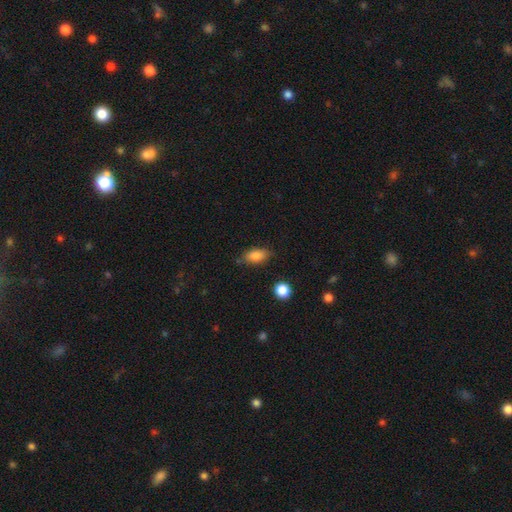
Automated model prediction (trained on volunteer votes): Smooth or featured?
  - smooth: 83% *
  - featured or disk: 9%
  - star or artifact: 8%
How rounded?
  - in between: 86% *
  - cigar-shaped: 8%
  - round: 6%
Merging?
  - none: 77% *
  - minor disturbance: 17%
  - major disturbance: 4%
  - merger: 3%